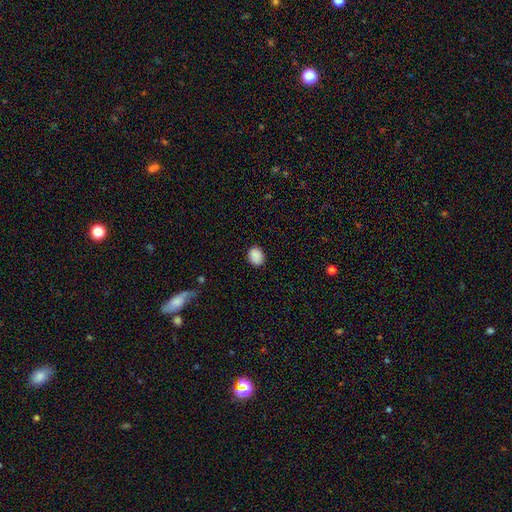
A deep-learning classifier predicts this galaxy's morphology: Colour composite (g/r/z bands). It shows a smooth galaxy with no disk features (89%) that is in between round and cigar-shaped (54%). Merging: none (87%).